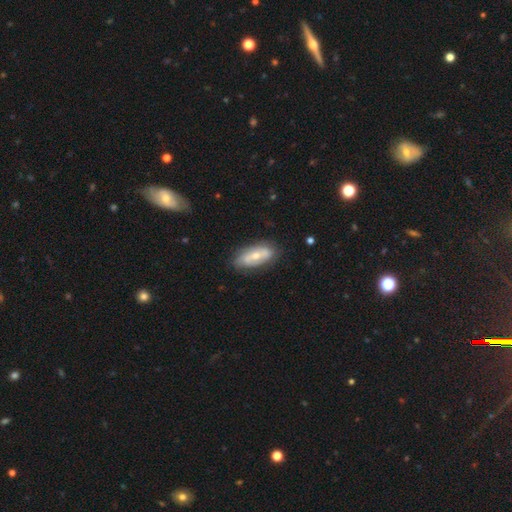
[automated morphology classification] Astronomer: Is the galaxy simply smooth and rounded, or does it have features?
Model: featured or disk — 58% (runner-up: smooth, 35%).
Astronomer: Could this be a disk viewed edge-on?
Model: no — 86%.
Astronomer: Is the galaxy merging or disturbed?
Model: none — 76%.